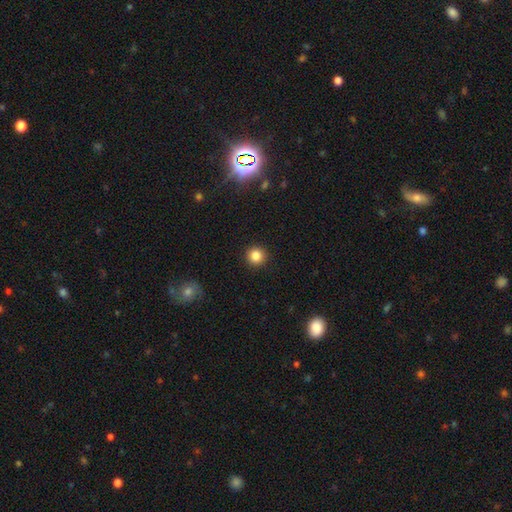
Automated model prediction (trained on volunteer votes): Q: Smooth or featured?
A: smooth (85%); runner-up: star or artifact (11%)
Q: How rounded?
A: round (95%); runner-up: in between (4%)
Q: Merging?
A: none (93%); runner-up: minor disturbance (5%)